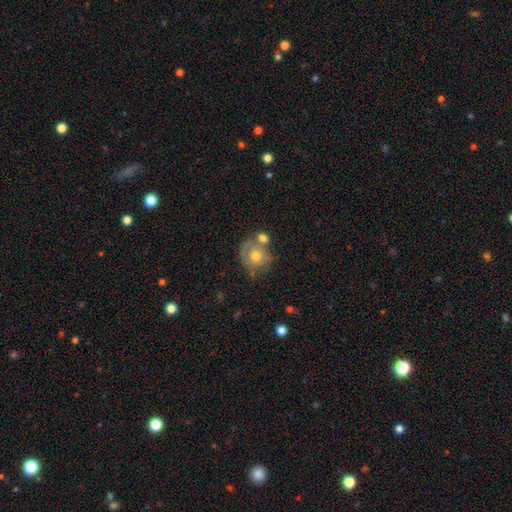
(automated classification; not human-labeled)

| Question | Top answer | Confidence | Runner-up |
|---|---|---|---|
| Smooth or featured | smooth | 56% | featured or disk (36%) |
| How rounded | round | 82% | in between (17%) |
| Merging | none | 48% | merger (26%) |